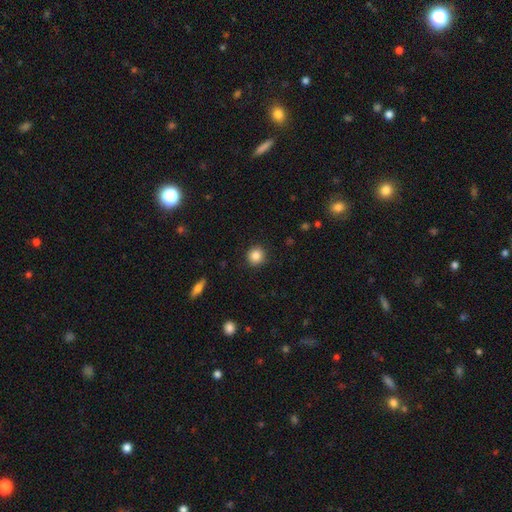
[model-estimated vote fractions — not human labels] This is clearly a smooth galaxy (85%). How rounded: clearly round (93%). Merging: clearly none (91%).